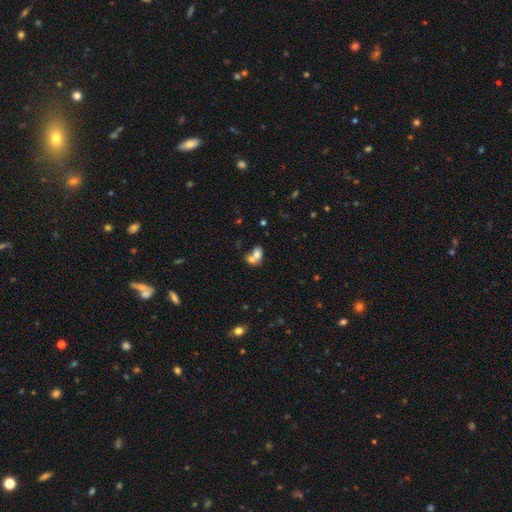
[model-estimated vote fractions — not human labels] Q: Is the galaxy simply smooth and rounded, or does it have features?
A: smooth — 71%.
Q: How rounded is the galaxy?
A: in between — 74%.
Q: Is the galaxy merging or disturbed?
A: merger — 66%.